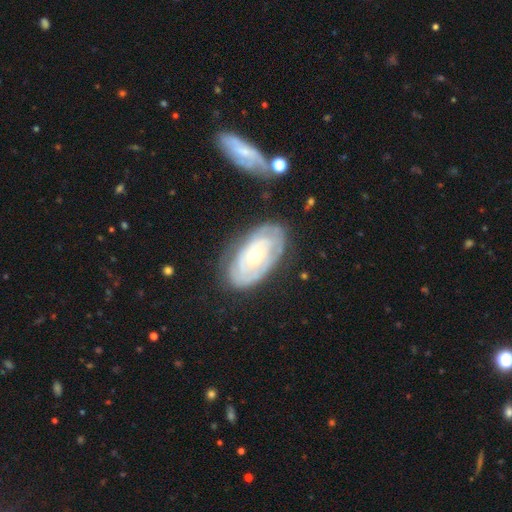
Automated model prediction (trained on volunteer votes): smooth-or-featured: featured or disk: 77% | smooth: 18% | star or artifact: 6%
  disk-edge-on: no: 94% | yes: 6%
    bar: no: 77% | weak: 18% | strong: 5%
    has-spiral-arms: yes: 80% | no: 20%
      spiral-winding: tight: 78% | medium: 17% | loose: 6%
      spiral-arm-count: can't tell: 55% | 2: 22% | 3: 10% | 4: 5% | 1: 4% | more than 4: 4%
    bulge-size: moderate: 50% | small: 46% | large: 3% | none: 1% | dominant: 1%
  merging: none: 73% | minor disturbance: 18% | major disturbance: 6% | merger: 4%